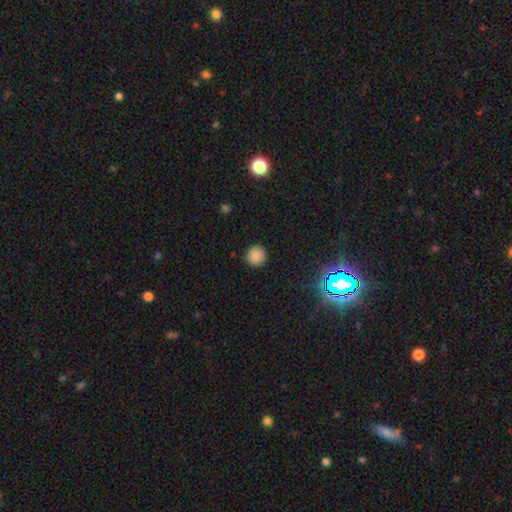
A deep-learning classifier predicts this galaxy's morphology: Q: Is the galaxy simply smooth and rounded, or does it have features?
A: smooth — 84%.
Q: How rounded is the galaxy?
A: round — 95%.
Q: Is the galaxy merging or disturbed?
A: none — 90%.